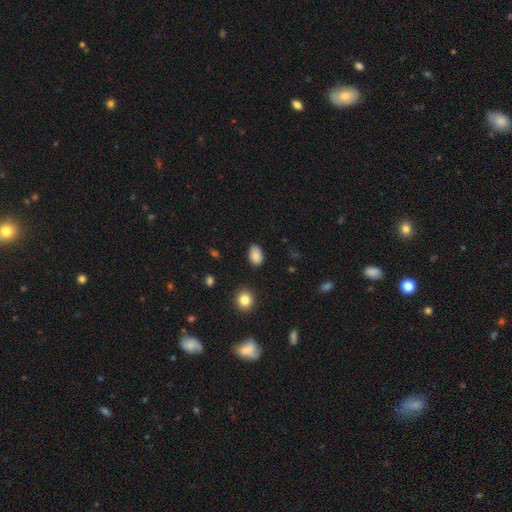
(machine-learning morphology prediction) smooth 86%, star or artifact 9%, featured or disk 5%. Down the decision tree: how rounded — in between (85%); merging — none (78%).